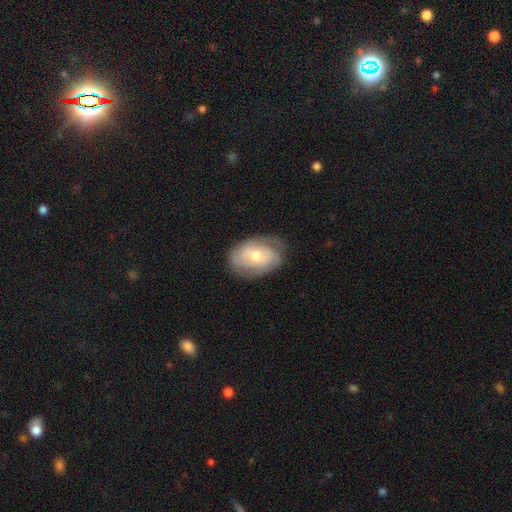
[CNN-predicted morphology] A featured or disk galaxy (63%) with no bar (73%), spiral arms (78%) and a moderate central bulge (69%). Merging: none (71%).